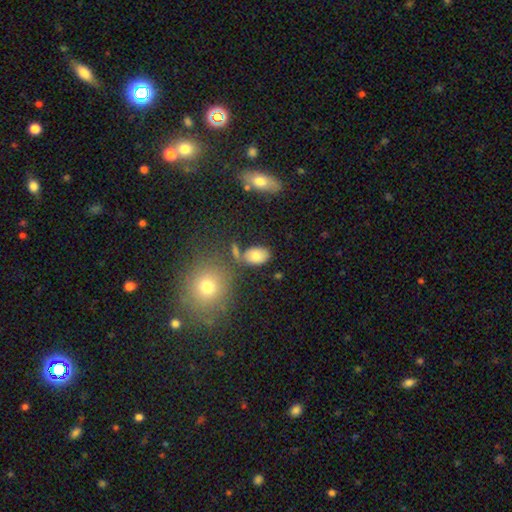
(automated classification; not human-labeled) Smooth or featured? Predicted: smooth (p=0.78). How rounded? Predicted: in between (p=0.86). Merging? Predicted: none (p=0.68).